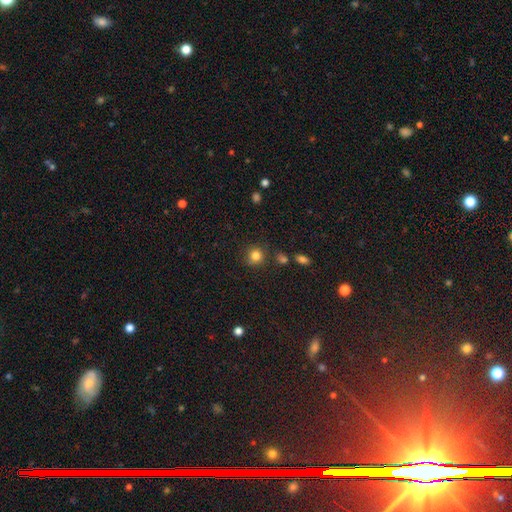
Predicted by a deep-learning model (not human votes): smooth_or_featured: smooth (p=0.83) [alt: star or artifact p=0.12]
how_rounded: round (p=0.89) [alt: in between p=0.10]
merging: none (p=0.80) [alt: minor disturbance p=0.12]